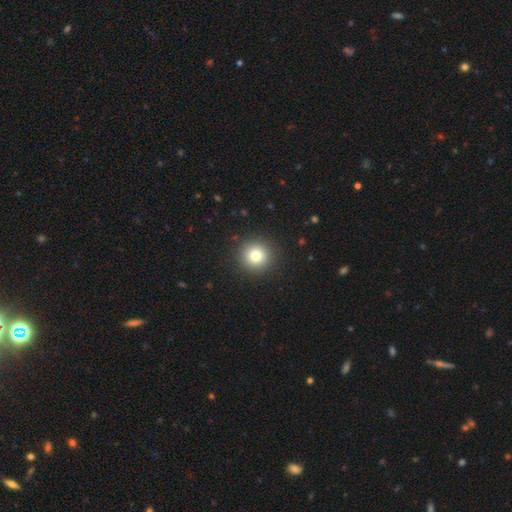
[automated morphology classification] Q: Smooth or featured?
A: smooth (79%); runner-up: star or artifact (12%)
Q: How rounded?
A: round (95%); runner-up: in between (4%)
Q: Merging?
A: none (91%); runner-up: minor disturbance (5%)